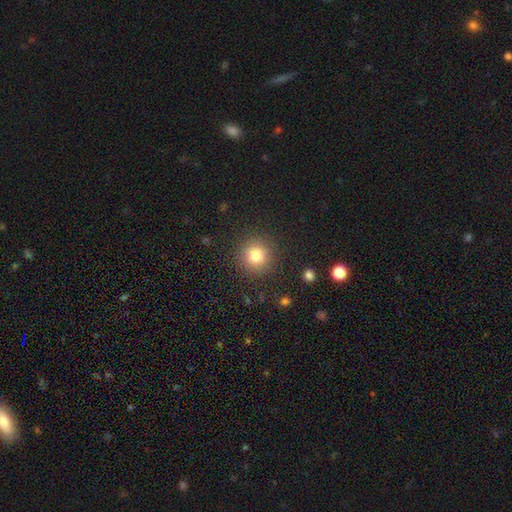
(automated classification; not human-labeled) Morphology: type=smooth (80%); roundness=round (94%); merging=none (89%).